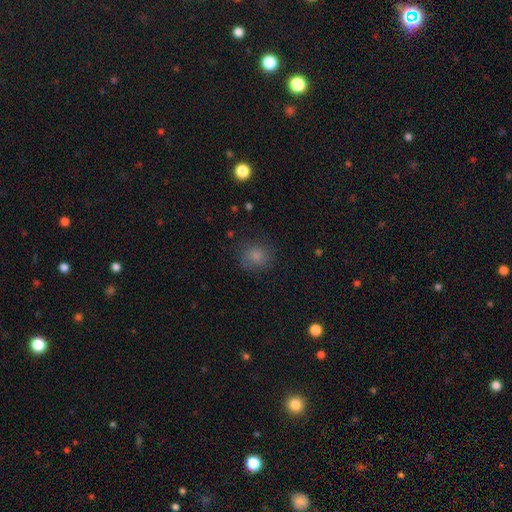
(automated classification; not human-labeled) A smooth galaxy with no disk features (78%) that is round (85%).

Vote fractions:
- Smooth or featured? smooth: 78% / star or artifact: 13% / featured or disk: 9%
- How rounded? round: 85% / in between: 14% / cigar-shaped: 1%
- Merging? none: 78% / minor disturbance: 15% / major disturbance: 6% / merger: 1%